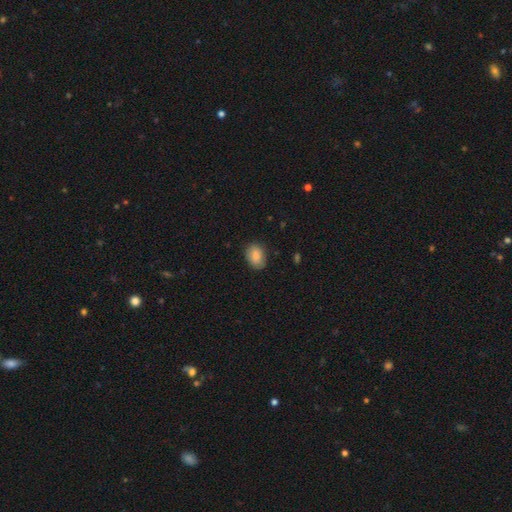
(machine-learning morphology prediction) The model was most divided on "how rounded": in between: 81%, round: 18%, cigar-shaped: 1%. More confident: smooth or featured — smooth (85%); merging — none (82%).